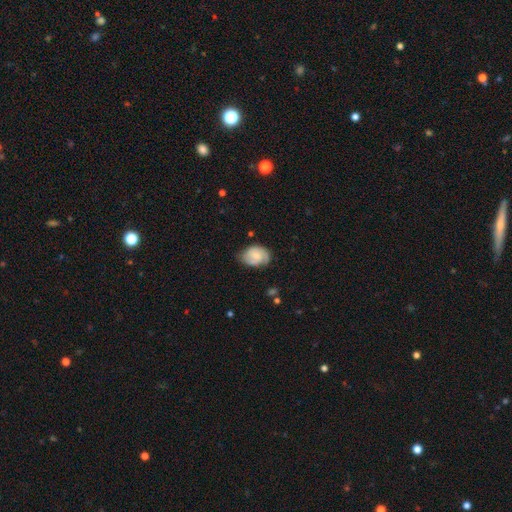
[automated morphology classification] This is possibly a featured or disk galaxy (52%). It is clearly not viewed edge-on (97%). Bar: possibly no (57%). Spiral arm pattern: clearly yes (89%). Central bulge: possibly small (50%). Merging: likely none (65%).